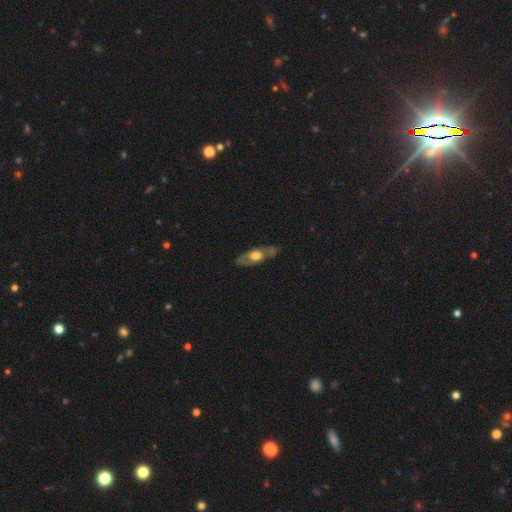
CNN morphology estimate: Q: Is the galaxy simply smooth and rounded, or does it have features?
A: featured or disk — 58%.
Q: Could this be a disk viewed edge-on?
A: no — 68%.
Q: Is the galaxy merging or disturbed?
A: none — 81%.